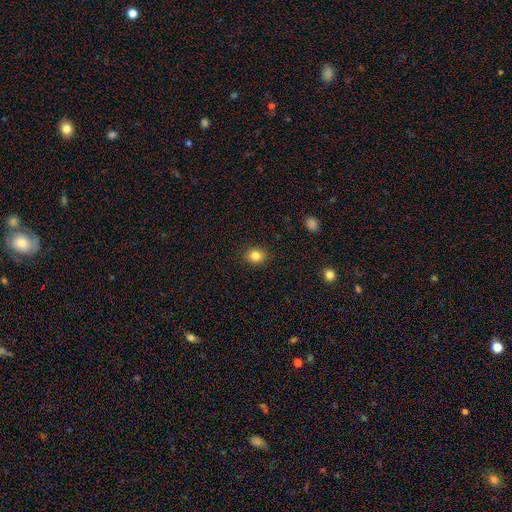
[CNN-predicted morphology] A smooth galaxy with no disk features (83%) that is round (58%).

Vote fractions:
- Smooth or featured? smooth: 83% / star or artifact: 11% / featured or disk: 6%
- How rounded? round: 58% / in between: 41% / cigar-shaped: 1%
- Merging? none: 90% / minor disturbance: 7% / major disturbance: 2% / merger: 1%